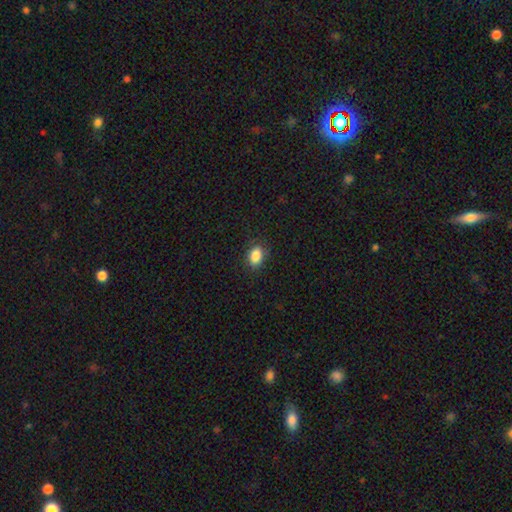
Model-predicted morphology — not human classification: This is clearly a smooth galaxy (87%). How rounded: clearly in between (80%). Merging: clearly none (86%).